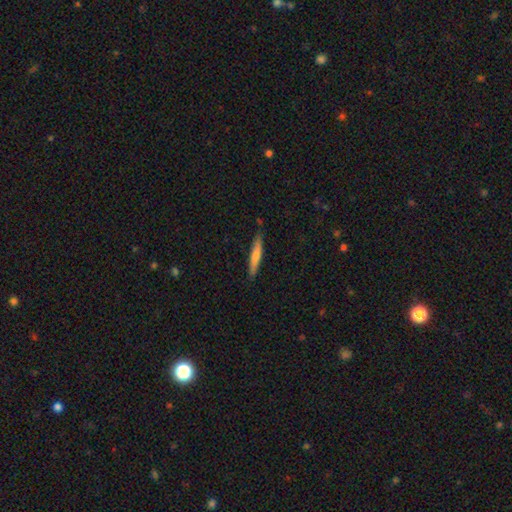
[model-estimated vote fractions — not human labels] A smooth galaxy with no disk features (69%) that is cigar-shaped (93%).

Vote fractions:
- Smooth or featured? smooth: 69% / featured or disk: 25% / star or artifact: 5%
- How rounded? cigar-shaped: 93% / in between: 6% / round: 1%
- Merging? none: 84% / minor disturbance: 12% / major disturbance: 2% / merger: 2%